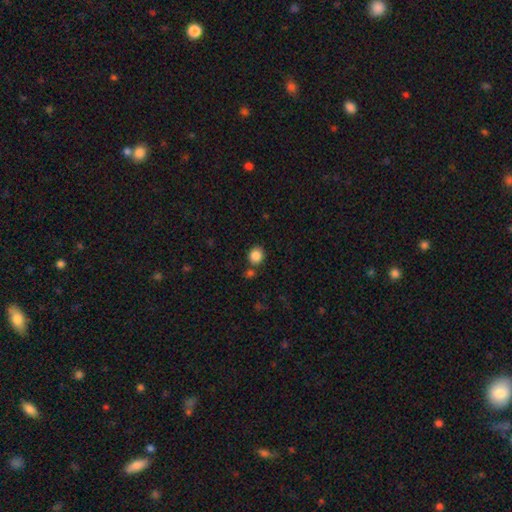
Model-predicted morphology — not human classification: This is clearly a smooth galaxy (86%). How rounded: clearly round (81%). Merging: likely none (79%).